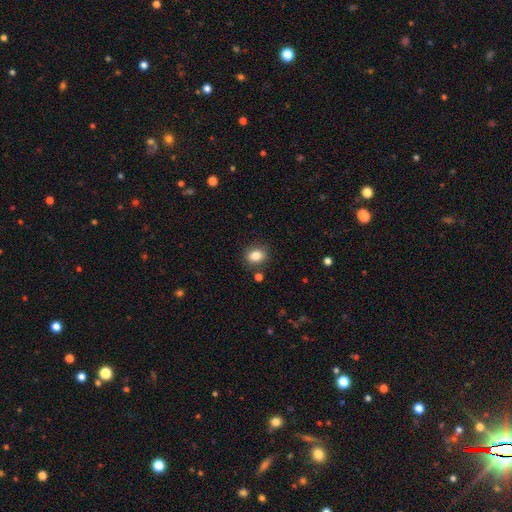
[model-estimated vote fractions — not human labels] Smooth or featured? smooth (85%)
How rounded? in between (54%)
Merging? none (84%)